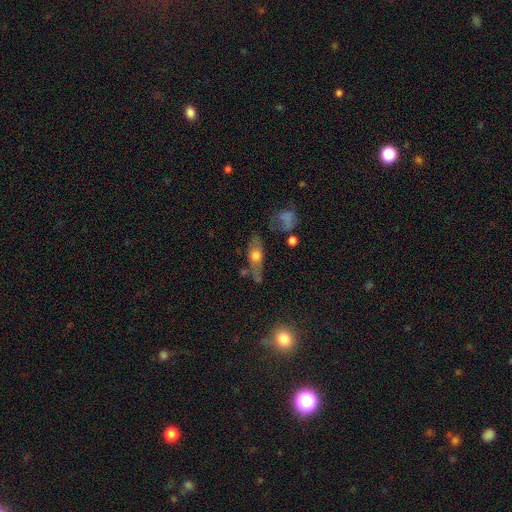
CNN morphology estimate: Smooth or featured: smooth — 49% (featured or disk — 42%)
Merging: none — 57% (minor disturbance — 22%)